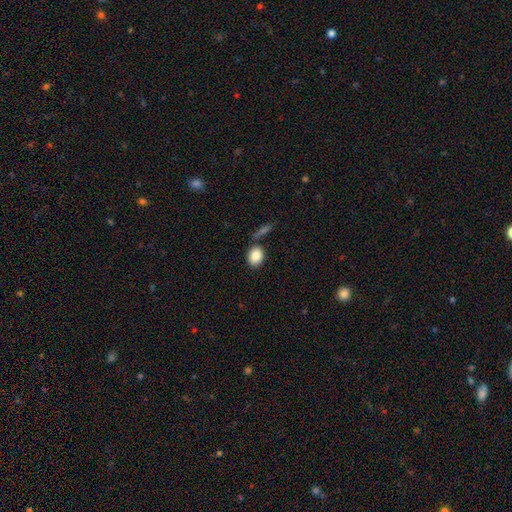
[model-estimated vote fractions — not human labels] A smooth galaxy with no disk features (86%) that is in between round and cigar-shaped (59%). Merging: none (70%).